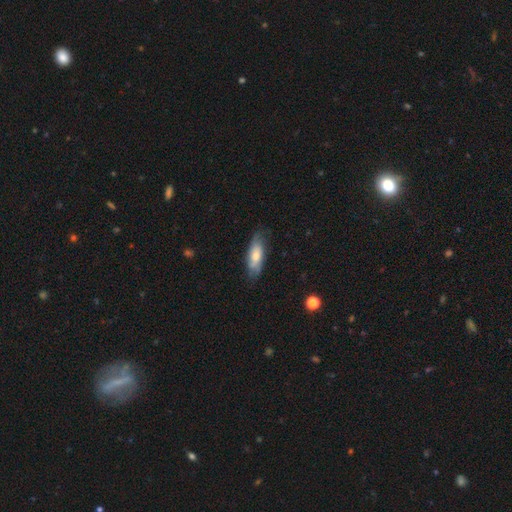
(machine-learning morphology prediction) A smooth galaxy with no disk features (56%) that is in between round and cigar-shaped (68%). Merging: none (70%).